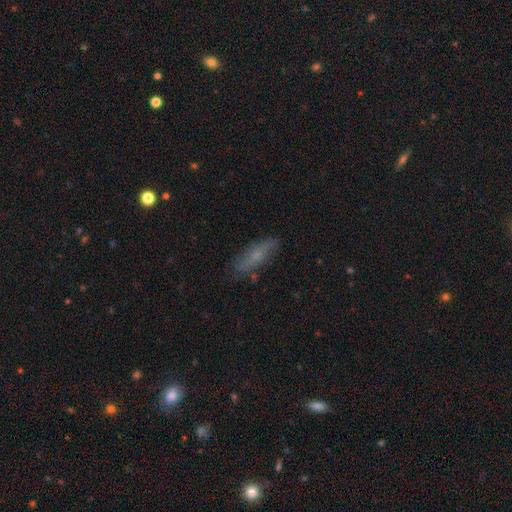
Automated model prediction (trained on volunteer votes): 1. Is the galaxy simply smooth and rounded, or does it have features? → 55% smooth, 36% featured or disk, 10% star or artifact.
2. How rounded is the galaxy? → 56% cigar-shaped, 41% in between, 3% round.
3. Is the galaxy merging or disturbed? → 78% none, 16% minor disturbance, 4% major disturbance, 2% merger.